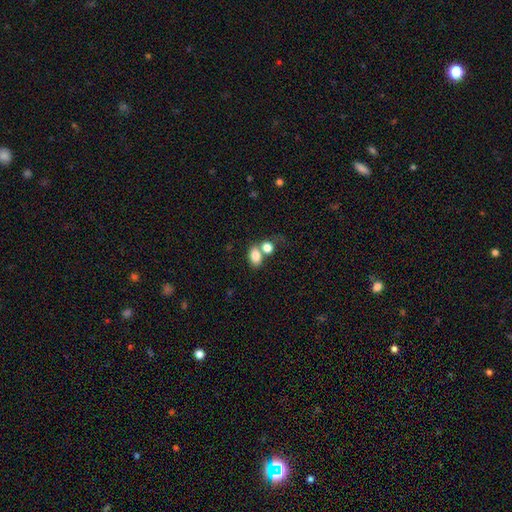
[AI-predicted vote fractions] Smooth or featured?
  - smooth: 81% *
  - featured or disk: 10%
  - star or artifact: 9%
How rounded?
  - in between: 75% *
  - round: 24%
  - cigar-shaped: 1%
Merging?
  - none: 44% *
  - merger: 41%
  - minor disturbance: 10%
  - major disturbance: 5%